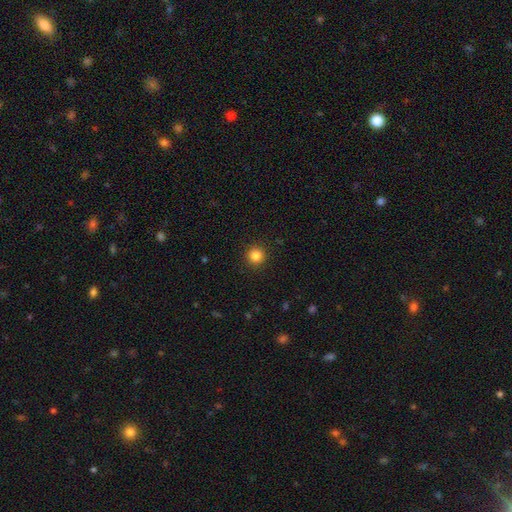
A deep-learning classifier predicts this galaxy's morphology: Overall: smooth (85%). How rounded: round (95%). Merging: none (92%).